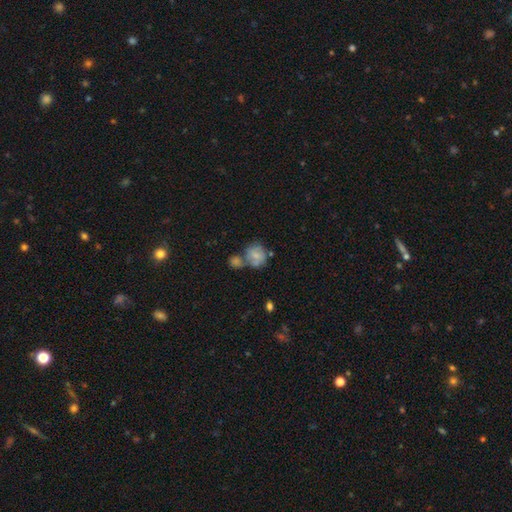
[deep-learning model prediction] A smooth galaxy with no disk features (64%) that is round (68%). Merging: merger (44%).